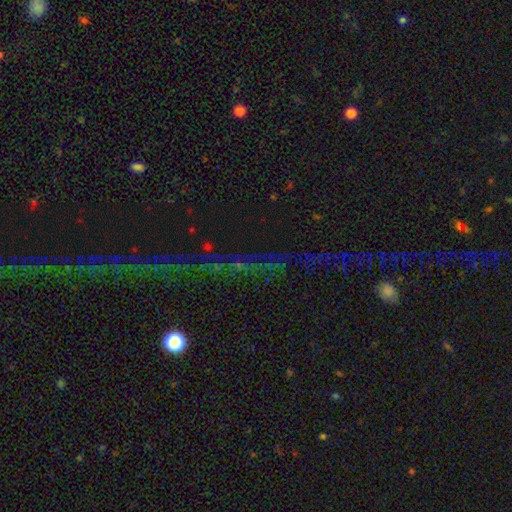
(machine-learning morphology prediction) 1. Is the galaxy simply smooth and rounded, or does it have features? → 71% star or artifact, 17% featured or disk, 12% smooth.